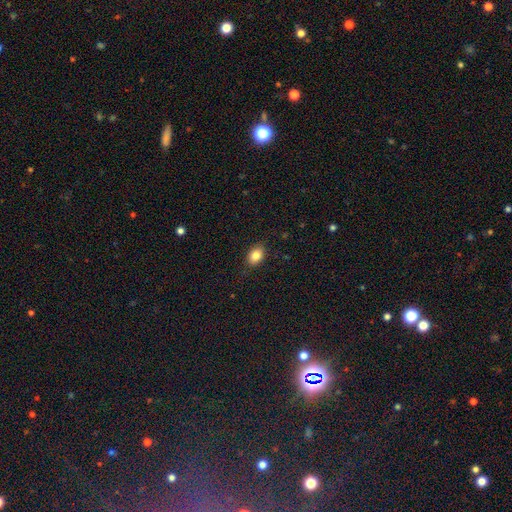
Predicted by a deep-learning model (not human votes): A smooth galaxy with no disk features (85%) that is in between round and cigar-shaped (79%).

Vote fractions:
- Smooth or featured? smooth: 85% / star or artifact: 9% / featured or disk: 7%
- How rounded? in between: 79% / round: 20% / cigar-shaped: 1%
- Merging? none: 86% / minor disturbance: 10% / major disturbance: 2% / merger: 1%